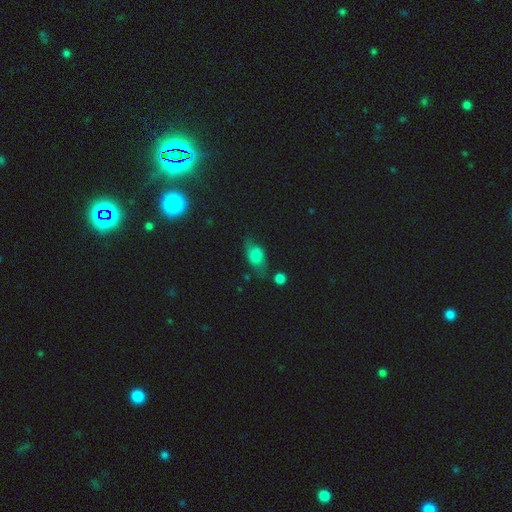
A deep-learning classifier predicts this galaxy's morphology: Smooth or featured? smooth (64%)
How rounded? in between (79%)
Merging? none (54%)